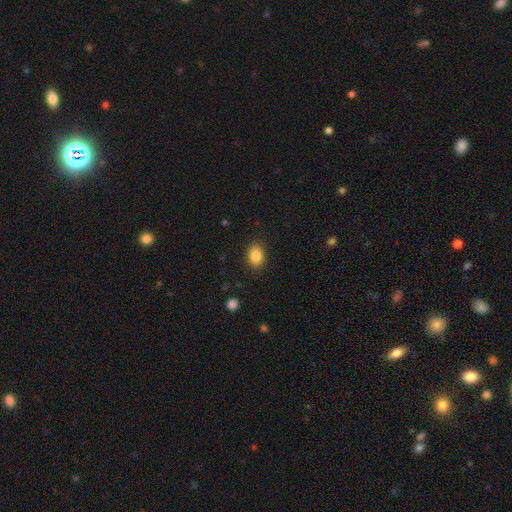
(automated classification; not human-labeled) A smooth galaxy with no disk features (85%) that is in between round and cigar-shaped (64%).

Vote fractions:
- Smooth or featured? smooth: 85% / star or artifact: 9% / featured or disk: 6%
- How rounded? in between: 64% / round: 35% / cigar-shaped: 1%
- Merging? none: 87% / minor disturbance: 9% / major disturbance: 3% / merger: 1%